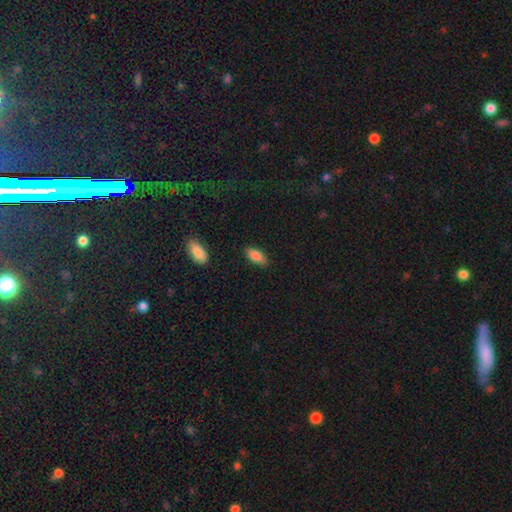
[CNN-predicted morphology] smooth_or_featured: smooth (p=0.85) [alt: featured or disk p=0.08]
how_rounded: in between (p=0.87) [alt: cigar-shaped p=0.10]
merging: none (p=0.83) [alt: minor disturbance p=0.13]